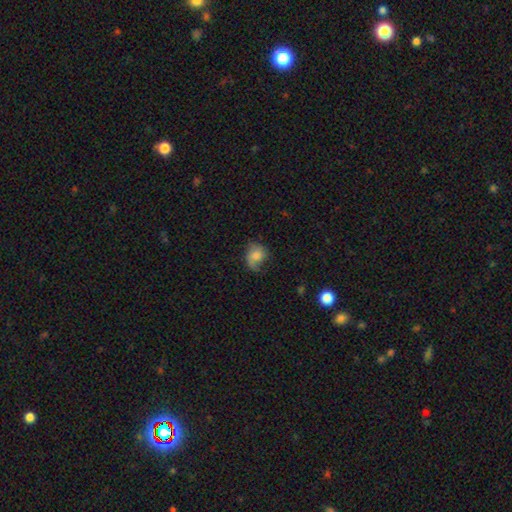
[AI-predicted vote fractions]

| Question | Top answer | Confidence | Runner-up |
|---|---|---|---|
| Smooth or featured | smooth | 61% | featured or disk (30%) |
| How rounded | round | 51% | in between (48%) |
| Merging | none | 46% | minor disturbance (32%) |